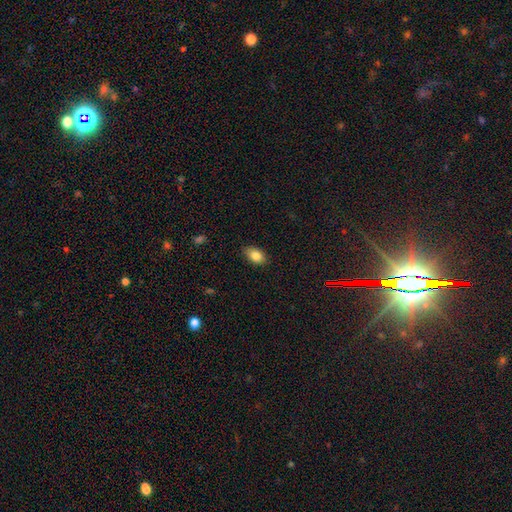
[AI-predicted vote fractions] A smooth galaxy with no disk features (85%) that is in between round and cigar-shaped (87%).

Vote fractions:
- Smooth or featured? smooth: 85% / star or artifact: 8% / featured or disk: 7%
- How rounded? in between: 87% / round: 11% / cigar-shaped: 2%
- Merging? none: 82% / minor disturbance: 14% / major disturbance: 2% / merger: 1%